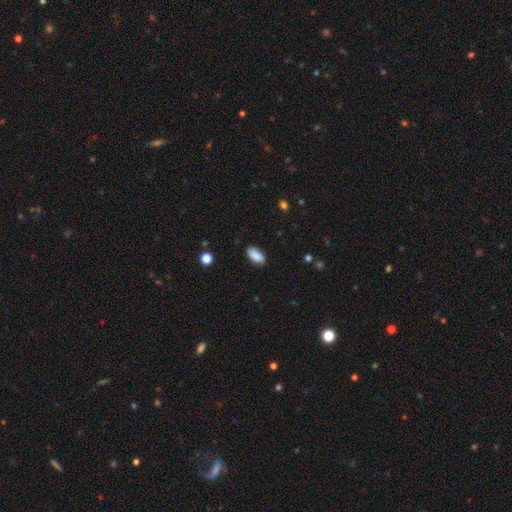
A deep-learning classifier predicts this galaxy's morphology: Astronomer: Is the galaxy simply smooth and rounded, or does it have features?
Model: smooth — 88%.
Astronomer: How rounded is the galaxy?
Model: in between — 91%.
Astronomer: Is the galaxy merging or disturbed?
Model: none — 84%.